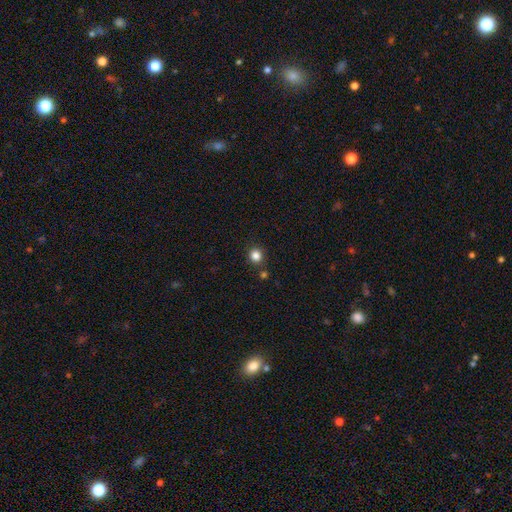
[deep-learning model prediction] Smooth or featured? smooth (84%)
How rounded? round (91%)
Merging? none (86%)